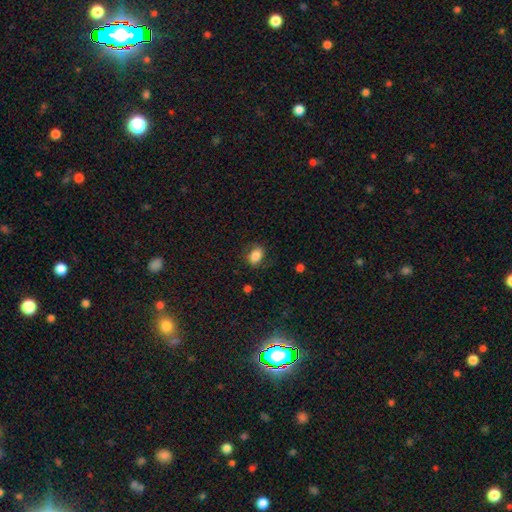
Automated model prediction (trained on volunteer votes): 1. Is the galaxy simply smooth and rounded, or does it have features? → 84% smooth, 9% star or artifact, 7% featured or disk.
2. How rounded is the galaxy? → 76% in between, 23% round, 1% cigar-shaped.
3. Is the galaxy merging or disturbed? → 77% none, 17% minor disturbance, 5% major disturbance, 1% merger.